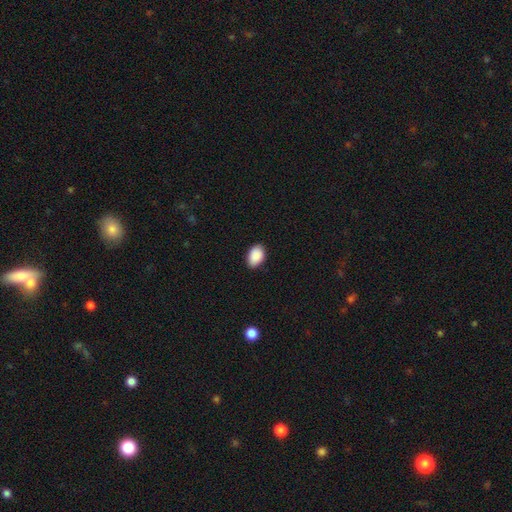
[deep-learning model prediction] Smooth or featured: smooth — 90% (star or artifact — 7%)
How rounded: in between — 87% (round — 12%)
Merging: none — 86% (minor disturbance — 11%)